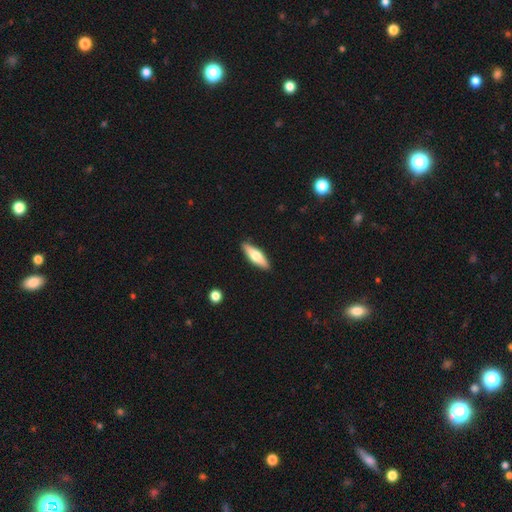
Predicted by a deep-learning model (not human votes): Overall: smooth (51%; featured or disk 44%). How rounded: cigar-shaped (59%; in between 39%). Merging: none (90%).